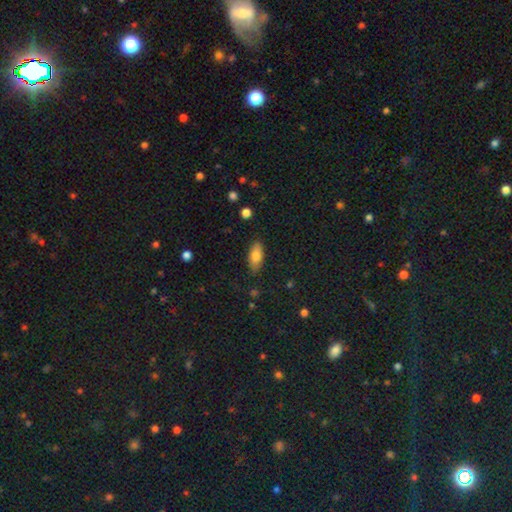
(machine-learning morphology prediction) The model was most divided on "smooth or featured": smooth: 78%, featured or disk: 15%, star or artifact: 7%. More confident: merging — none (85%); how rounded — in between (83%).